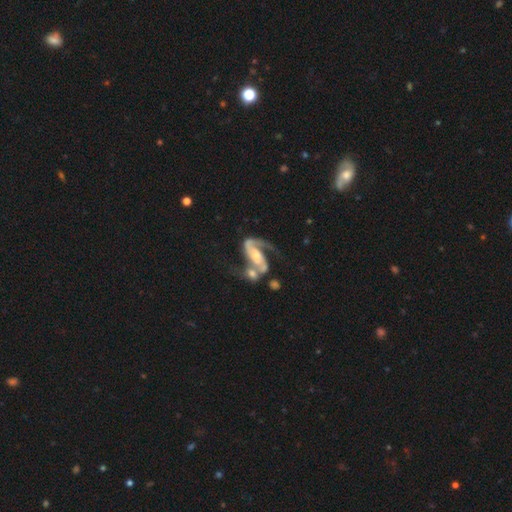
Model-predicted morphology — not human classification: A featured or disk galaxy (84%) with no bar (39%), 2 (74%) loose (45%) spiral arms (93%) and a moderate central bulge (47%). Merging: merger (42%).